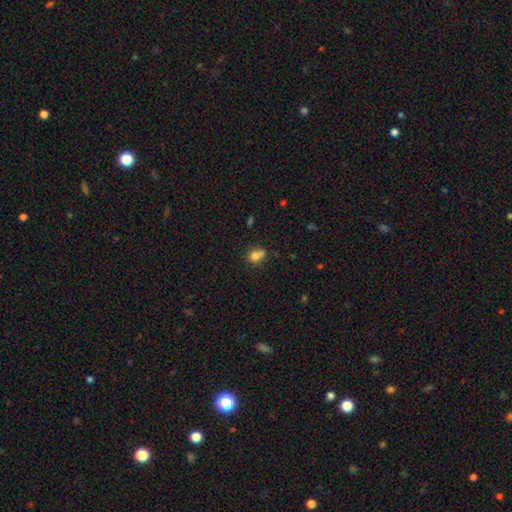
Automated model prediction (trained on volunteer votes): Smooth or featured? smooth (75%)
How rounded? round (60%)
Merging? none (41%)